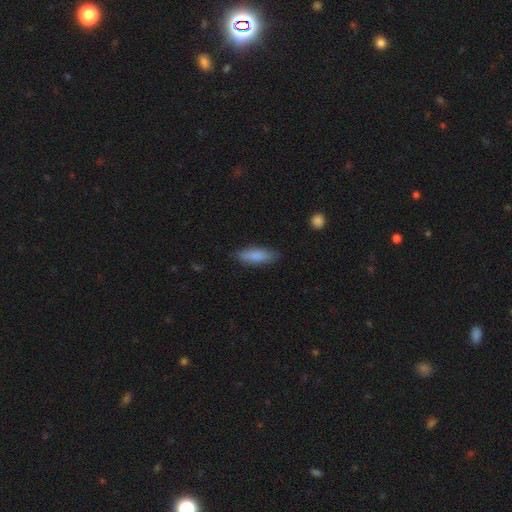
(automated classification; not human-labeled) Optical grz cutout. It shows a smooth galaxy with no disk features (83%) that is cigar-shaped (49%, tied with in between). Merging: none (83%).